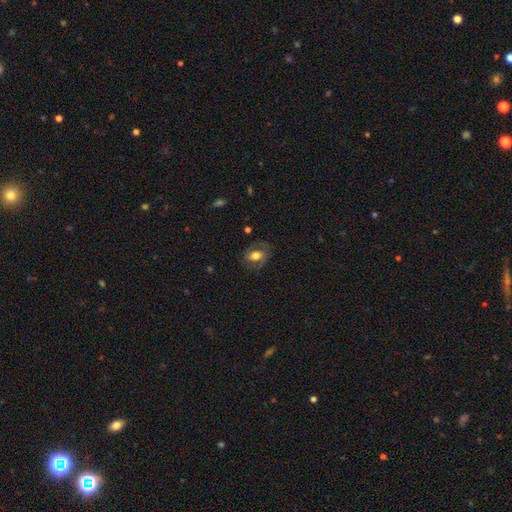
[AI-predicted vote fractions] Q: Smooth or featured?
A: smooth (54%); runner-up: featured or disk (38%)
Q: How rounded?
A: in between (69%); runner-up: round (29%)
Q: Merging?
A: none (70%); runner-up: minor disturbance (18%)